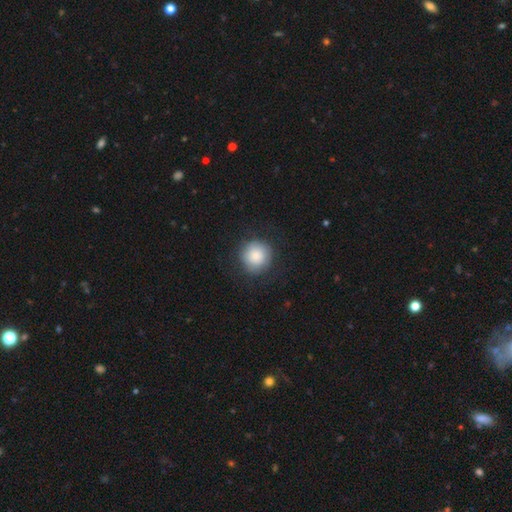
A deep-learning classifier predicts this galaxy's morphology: This appears to be a smooth galaxy with no disk features (85%) that is round (94%). Merging: none (83%).